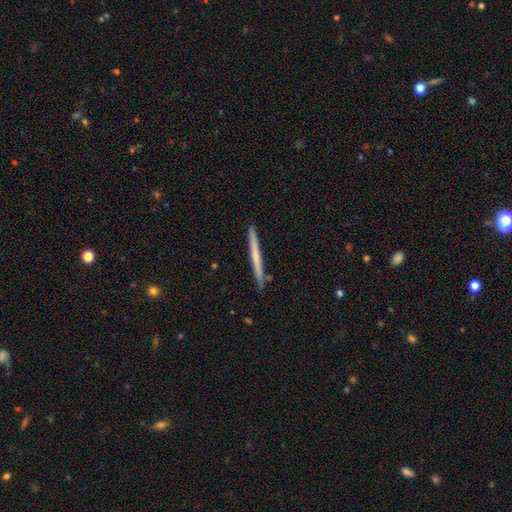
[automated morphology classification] smooth_or_featured: smooth (p=0.50) [alt: featured or disk p=0.44]
merging: none (p=0.90) [alt: minor disturbance p=0.07]